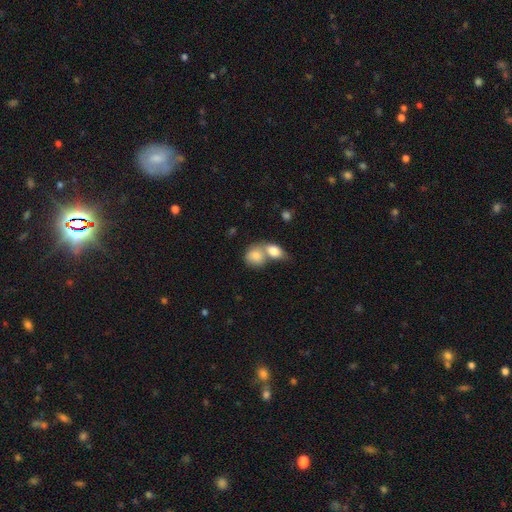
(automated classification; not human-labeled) Smooth or featured: smooth — 81% (featured or disk — 12%)
How rounded: round — 52% (in between — 46%)
Merging: merger — 64% (none — 25%)